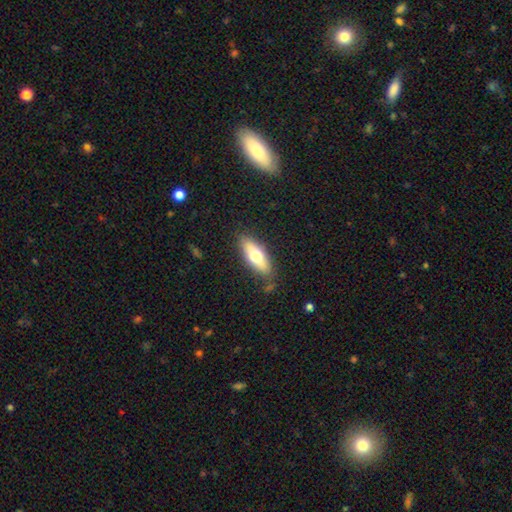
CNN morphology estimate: This appears to be a smooth galaxy with no disk features (63%) that is in between round and cigar-shaped (69%). Merging: none (81%).